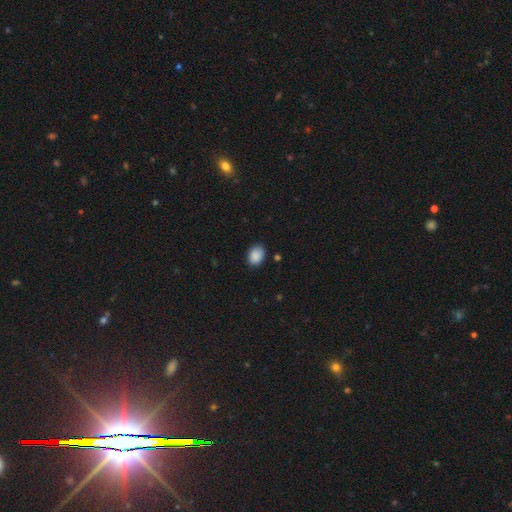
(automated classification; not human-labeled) Morphology: type=smooth (89%); roundness=in between (67%); merging=none (82%).